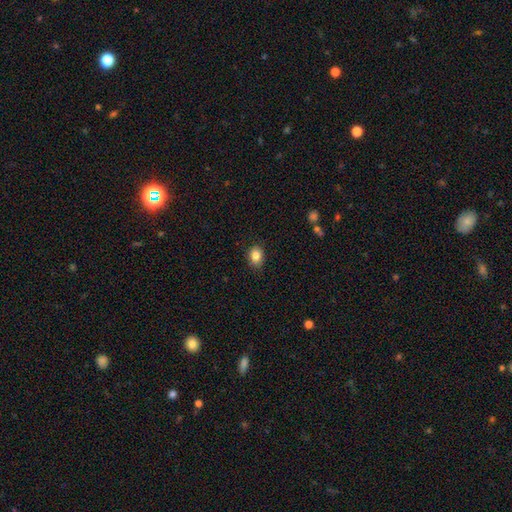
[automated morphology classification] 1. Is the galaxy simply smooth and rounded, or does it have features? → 85% smooth, 9% star or artifact, 6% featured or disk.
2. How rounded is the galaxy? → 61% in between, 38% round, 1% cigar-shaped.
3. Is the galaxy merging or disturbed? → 86% none, 11% minor disturbance, 2% major disturbance, 1% merger.